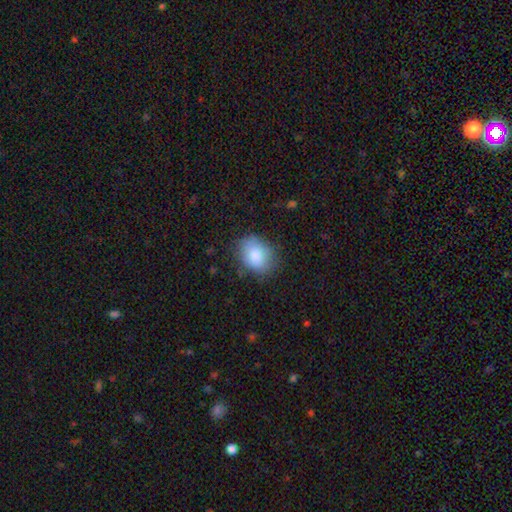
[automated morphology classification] Smooth or featured: smooth — 84% (featured or disk — 9%)
How rounded: in between — 61% (round — 38%)
Merging: none — 76% (minor disturbance — 18%)